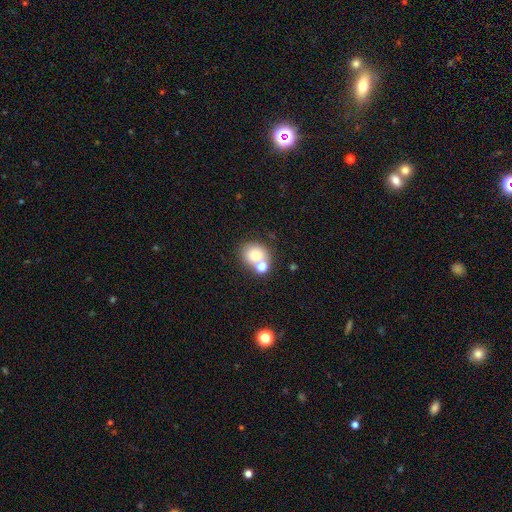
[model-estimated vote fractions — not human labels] Morphology: type=smooth (74%); roundness=round (74%); merging=none (54%).